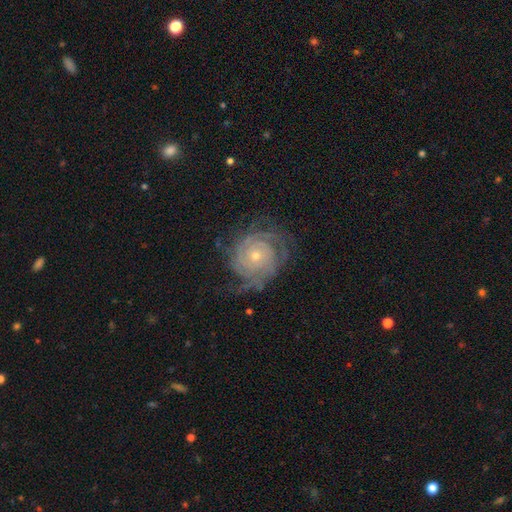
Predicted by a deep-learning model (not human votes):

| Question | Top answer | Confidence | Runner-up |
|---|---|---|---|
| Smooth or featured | featured or disk | 87% | smooth (7%) |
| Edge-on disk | no | 97% | yes (3%) |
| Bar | no | 81% | weak (15%) |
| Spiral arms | yes | 97% | no (3%) |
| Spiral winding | tight | 78% | medium (18%) |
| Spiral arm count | can't tell | 26% | 2 (22%) |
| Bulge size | small | 68% | moderate (28%) |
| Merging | none | 70% | minor disturbance (18%) |